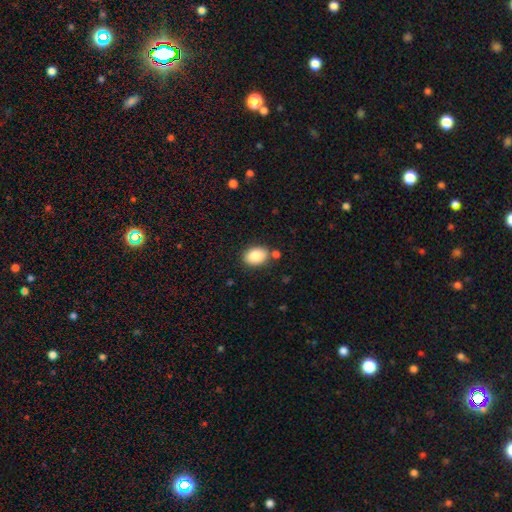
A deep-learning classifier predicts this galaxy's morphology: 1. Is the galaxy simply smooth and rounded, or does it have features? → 87% smooth, 7% star or artifact, 6% featured or disk.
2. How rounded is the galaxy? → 78% in between, 21% round, 1% cigar-shaped.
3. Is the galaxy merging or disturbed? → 80% none, 11% minor disturbance, 7% merger, 3% major disturbance.